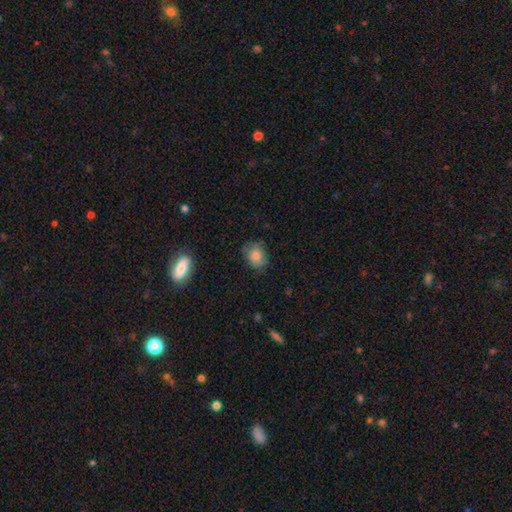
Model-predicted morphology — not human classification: smooth-or-featured: smooth: 78% | featured or disk: 14% | star or artifact: 8%
  how-rounded: in between: 61% | round: 38% | cigar-shaped: 1%
  merging: none: 70% | minor disturbance: 23% | major disturbance: 6% | merger: 1%